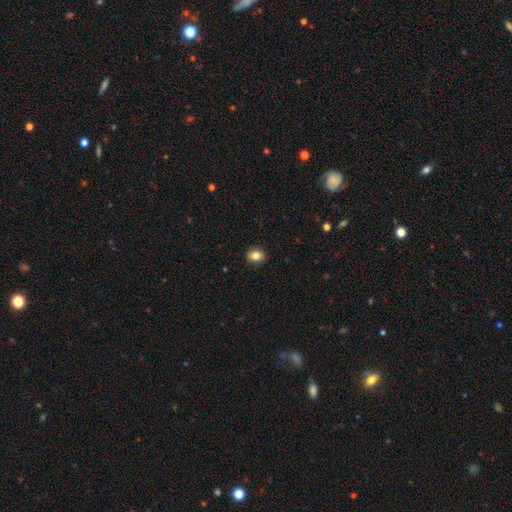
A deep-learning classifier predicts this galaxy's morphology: smooth_or_featured: smooth (p=0.82) [alt: star or artifact p=0.09]
how_rounded: in between (p=0.65) [alt: round p=0.34]
merging: none (p=0.89) [alt: minor disturbance p=0.08]